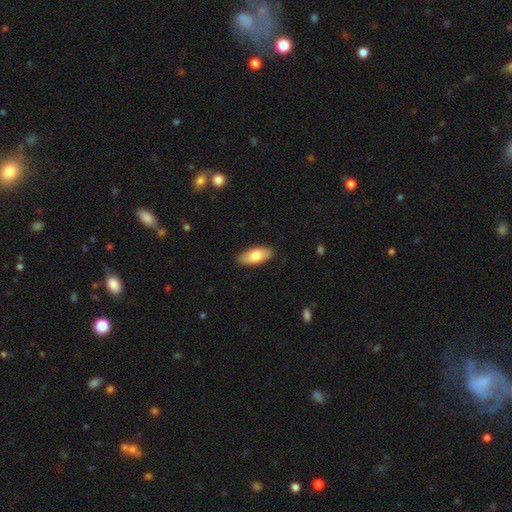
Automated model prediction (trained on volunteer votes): smooth 76%, featured or disk 19%, star or artifact 6%. Down the decision tree: how rounded — in between (86%); merging — none (87%).